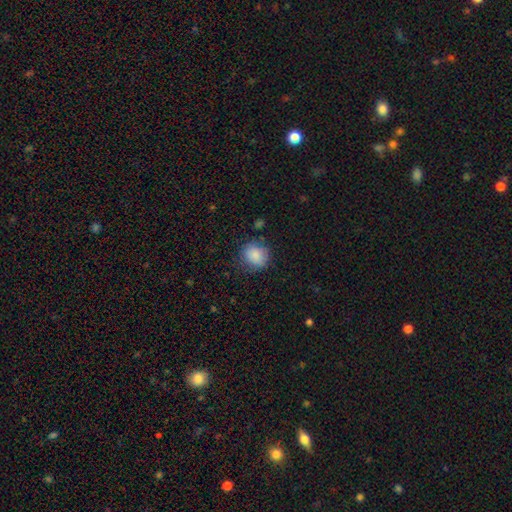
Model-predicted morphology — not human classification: A smooth galaxy with no disk features (86%) that is round (73%).

Vote fractions:
- Smooth or featured? smooth: 86% / star or artifact: 8% / featured or disk: 6%
- How rounded? round: 73% / in between: 26% / cigar-shaped: 1%
- Merging? none: 75% / minor disturbance: 17% / major disturbance: 5% / merger: 2%